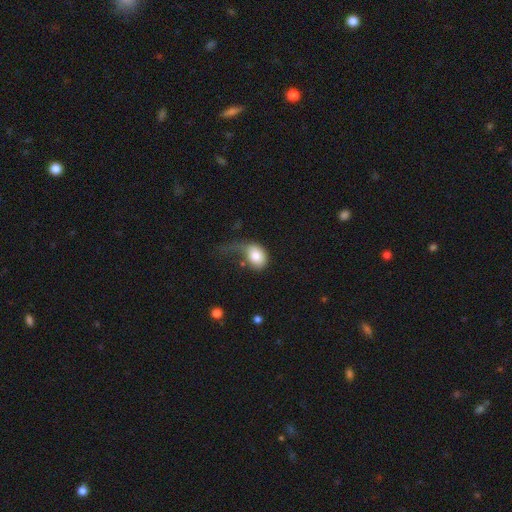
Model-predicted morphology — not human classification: The model was most divided on "how rounded": in between: 62%, round: 37%, cigar-shaped: 1%. More confident: smooth or featured — smooth (78%); merging — major disturbance (54%).